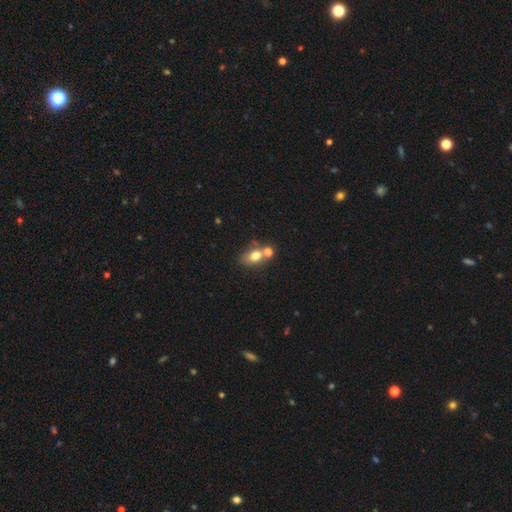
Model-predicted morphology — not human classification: Smooth or featured: smooth — 74% (featured or disk — 15%)
How rounded: in between — 69% (round — 29%)
Merging: none — 42% (merger — 40%)